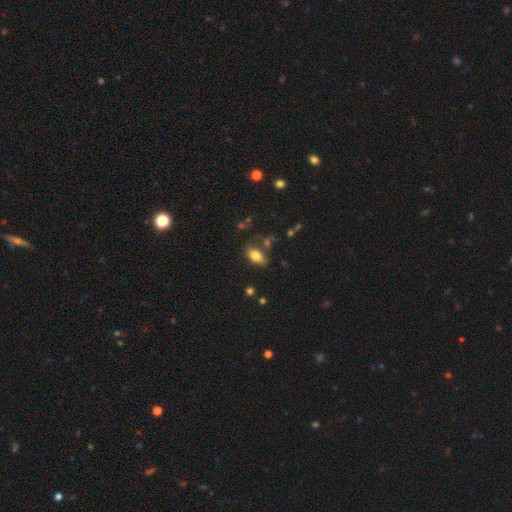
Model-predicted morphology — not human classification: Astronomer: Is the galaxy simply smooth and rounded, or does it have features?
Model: smooth — 80%.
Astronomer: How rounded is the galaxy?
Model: in between — 89%.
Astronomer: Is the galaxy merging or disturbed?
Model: none — 73%.